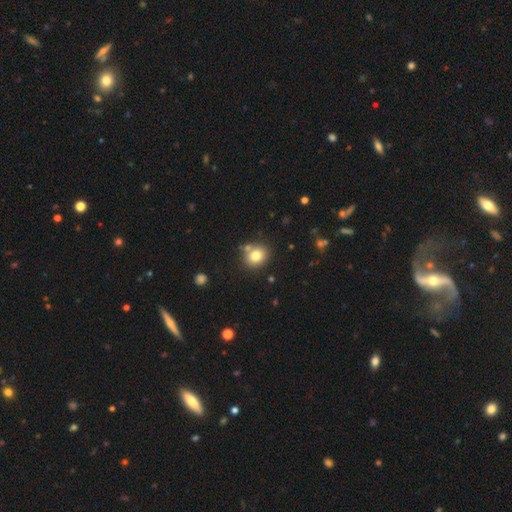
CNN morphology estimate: Q: Smooth or featured?
A: smooth (79%); runner-up: star or artifact (11%)
Q: How rounded?
A: round (71%); runner-up: in between (28%)
Q: Merging?
A: none (75%); runner-up: merger (11%)